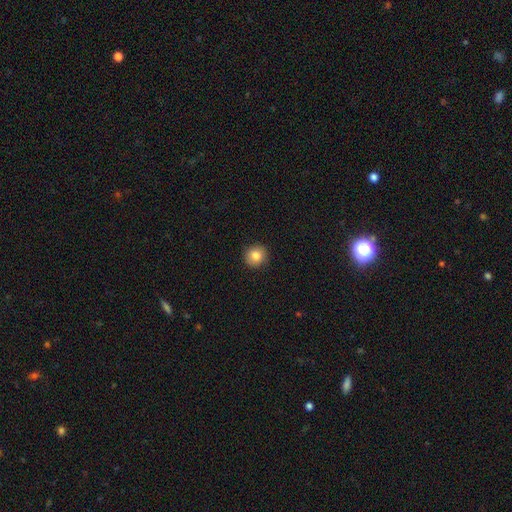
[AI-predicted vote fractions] Smooth or featured?
  - smooth: 82% *
  - star or artifact: 10%
  - featured or disk: 8%
How rounded?
  - round: 92% *
  - in between: 7%
  - cigar-shaped: 1%
Merging?
  - none: 92% *
  - minor disturbance: 6%
  - major disturbance: 2%
  - merger: 1%